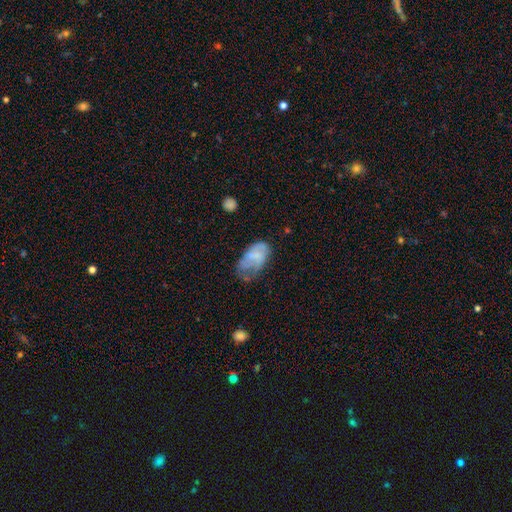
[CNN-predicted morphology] Smooth or featured?
  - smooth: 59% *
  - featured or disk: 34%
  - star or artifact: 8%
How rounded?
  - in between: 93% *
  - round: 5%
  - cigar-shaped: 2%
Merging?
  - minor disturbance: 38% *
  - major disturbance: 30%
  - none: 29%
  - merger: 3%